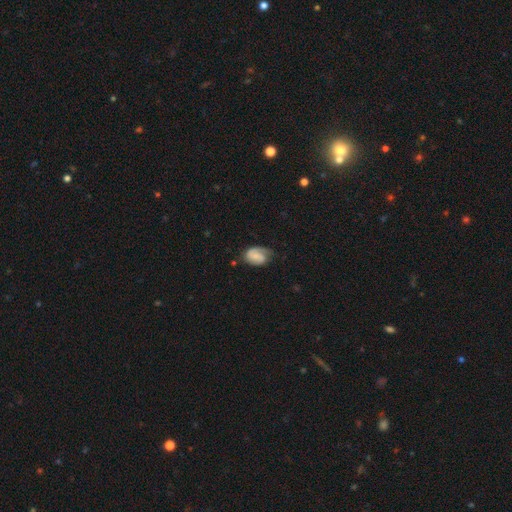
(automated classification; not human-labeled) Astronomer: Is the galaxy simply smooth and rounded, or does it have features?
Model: featured or disk — 53% (runner-up: smooth, 39%).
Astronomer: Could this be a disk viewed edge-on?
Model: no — 97%.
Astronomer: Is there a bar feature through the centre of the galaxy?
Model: no — 52% (runner-up: weak, 38%).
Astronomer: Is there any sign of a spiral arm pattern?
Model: yes — 89%.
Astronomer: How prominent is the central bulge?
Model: small — 50%.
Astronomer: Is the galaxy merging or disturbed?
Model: none — 53% (runner-up: minor disturbance, 30%).